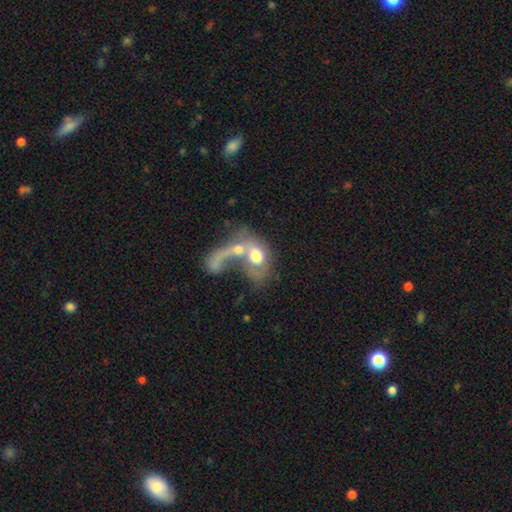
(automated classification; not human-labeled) Smooth or featured? smooth (48%)
Merging? merger (70%)